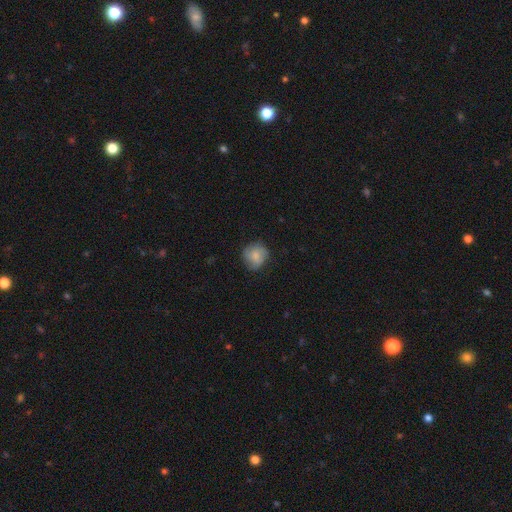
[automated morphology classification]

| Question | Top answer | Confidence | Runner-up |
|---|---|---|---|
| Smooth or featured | smooth | 73% | featured or disk (20%) |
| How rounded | round | 85% | in between (14%) |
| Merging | none | 71% | minor disturbance (22%) |